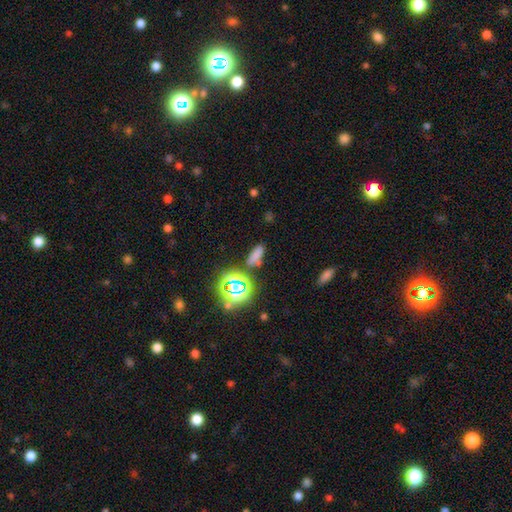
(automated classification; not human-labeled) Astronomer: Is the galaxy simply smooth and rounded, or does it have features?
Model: smooth — 66%.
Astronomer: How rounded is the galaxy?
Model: in between — 61%.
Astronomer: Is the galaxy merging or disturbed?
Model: none — 71%.